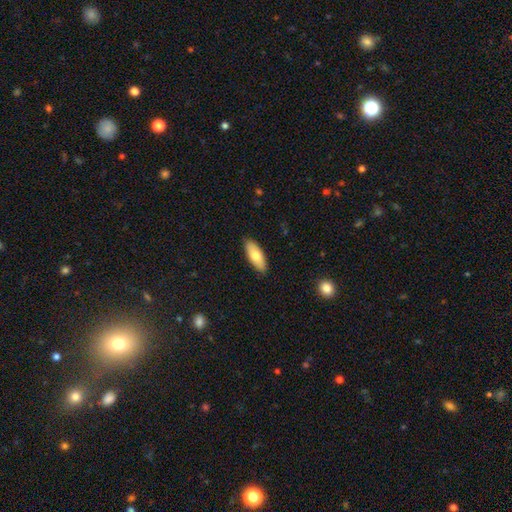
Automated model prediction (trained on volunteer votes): smooth-or-featured: smooth: 74% | featured or disk: 20% | star or artifact: 6%
  how-rounded: in between: 74% | cigar-shaped: 24% | round: 2%
  merging: none: 89% | minor disturbance: 9% | major disturbance: 2% | merger: 1%